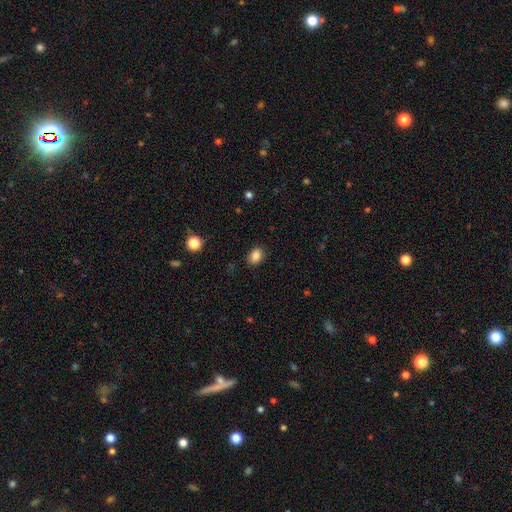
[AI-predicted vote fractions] Overall: smooth (86%). How rounded: in between (62%; round 37%). Merging: none (87%).